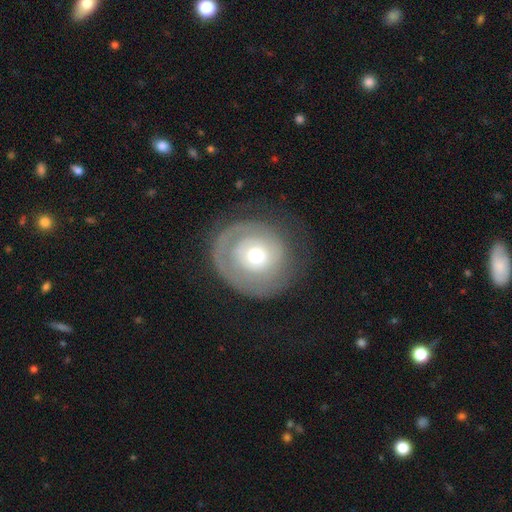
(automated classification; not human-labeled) Morphology: type=featured or disk (60%); edge-on=no (97%); bar=no (86%); spiral arms=yes (58%); bulge=moderate (58%); merging=none (64%).